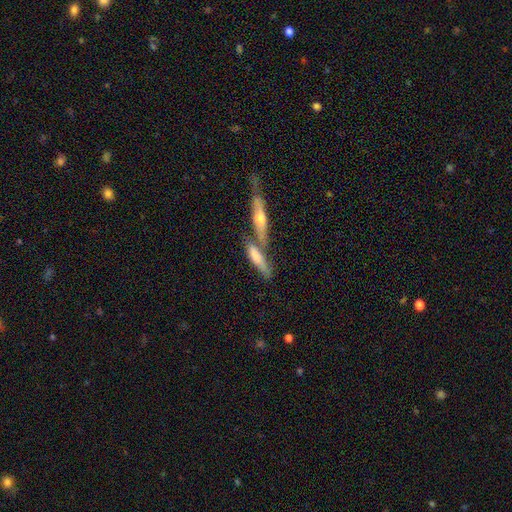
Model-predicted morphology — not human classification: smooth-or-featured: smooth: 60% | featured or disk: 33% | star or artifact: 7%
  how-rounded: cigar-shaped: 70% | in between: 28% | round: 3%
  merging: merger: 45% | none: 39% | minor disturbance: 11% | major disturbance: 5%